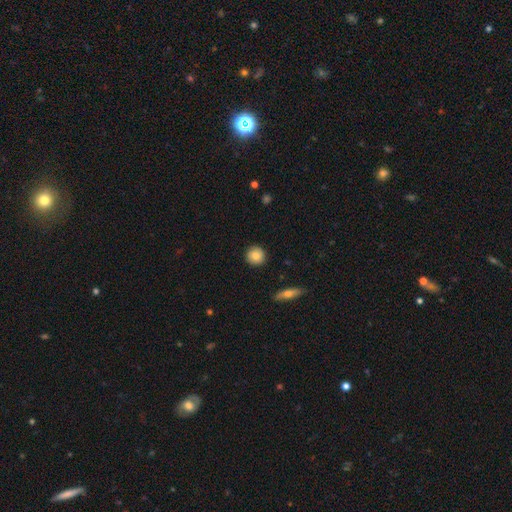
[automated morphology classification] Overall: smooth (78%). How rounded: round (93%). Merging: none (91%).